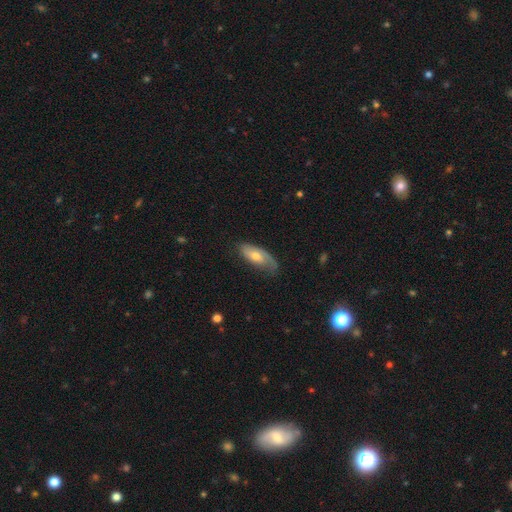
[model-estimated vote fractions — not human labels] smooth_or_featured: smooth (p=0.50) [alt: featured or disk p=0.44]
merging: none (p=0.54) [alt: minor disturbance p=0.31]